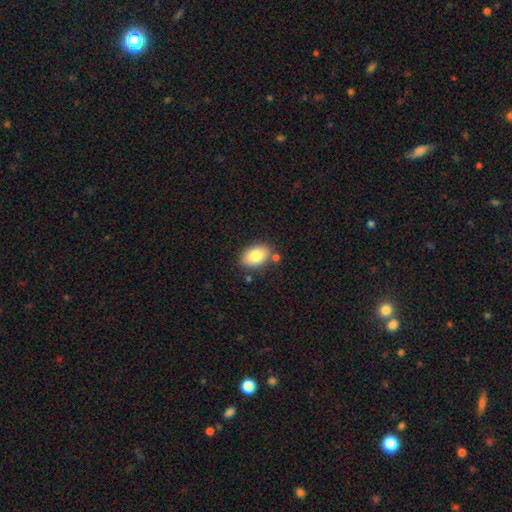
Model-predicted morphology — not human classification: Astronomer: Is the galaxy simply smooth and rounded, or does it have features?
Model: smooth — 82%.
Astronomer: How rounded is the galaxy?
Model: in between — 86%.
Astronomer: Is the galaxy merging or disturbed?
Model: none — 78%.